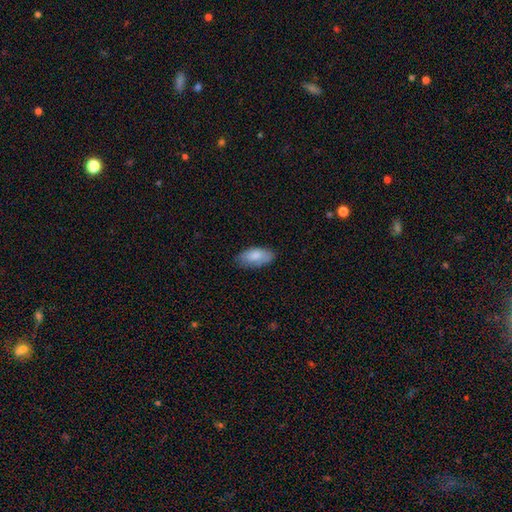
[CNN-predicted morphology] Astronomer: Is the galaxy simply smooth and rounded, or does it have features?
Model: smooth — 85%.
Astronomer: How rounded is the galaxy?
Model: in between — 92%.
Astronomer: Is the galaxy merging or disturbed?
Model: none — 79%.